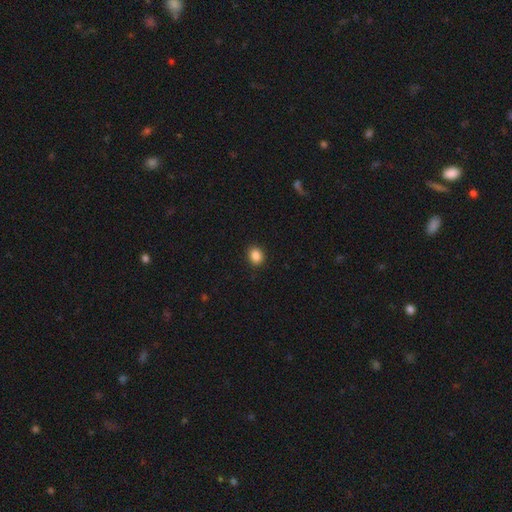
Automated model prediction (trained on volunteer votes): smooth-or-featured: smooth: 87% | star or artifact: 10% | featured or disk: 4%
  how-rounded: round: 60% | in between: 39% | cigar-shaped: 1%
  merging: none: 91% | minor disturbance: 6% | major disturbance: 2% | merger: 1%